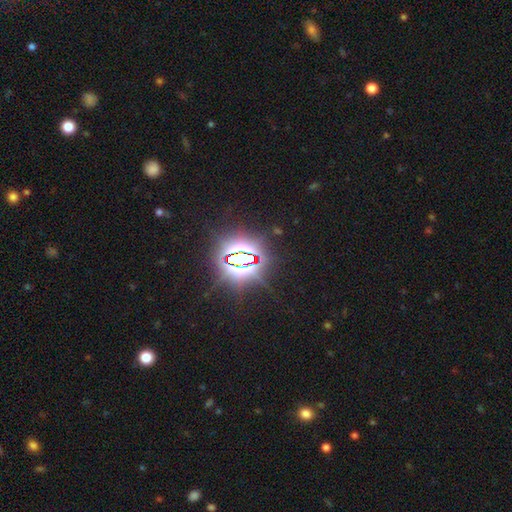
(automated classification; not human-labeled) The model was most divided on "smooth or featured": star or artifact: 83%, smooth: 9%, featured or disk: 8%.